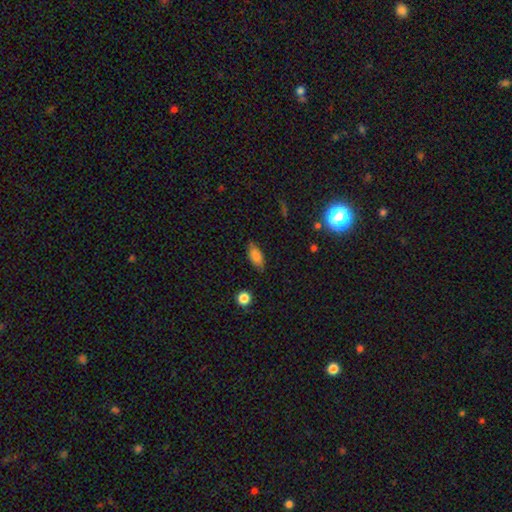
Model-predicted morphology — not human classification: A smooth galaxy with no disk features (80%) that is in between round and cigar-shaped (84%).

Vote fractions:
- Smooth or featured? smooth: 80% / featured or disk: 12% / star or artifact: 8%
- How rounded? in between: 84% / cigar-shaped: 12% / round: 3%
- Merging? none: 82% / minor disturbance: 14% / major disturbance: 3% / merger: 1%